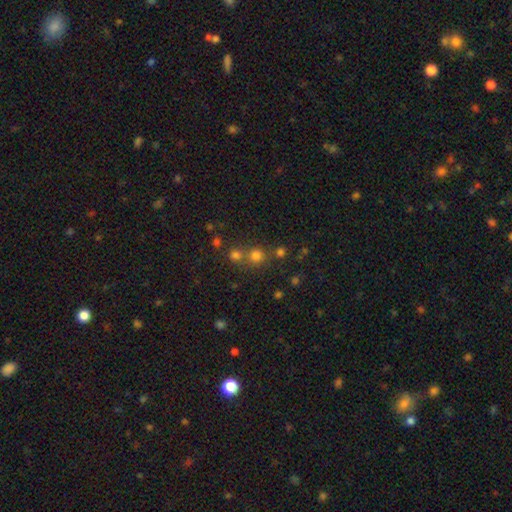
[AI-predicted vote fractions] smooth 70%, star or artifact 22%, featured or disk 7%. Down the decision tree: how rounded — round (89%); merging — none (63%).